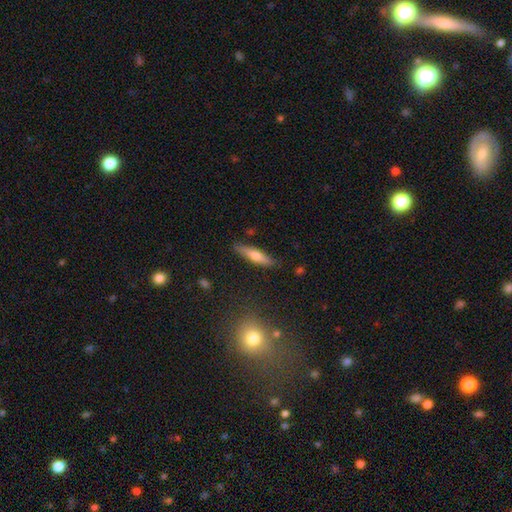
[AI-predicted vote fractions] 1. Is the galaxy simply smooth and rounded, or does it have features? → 60% smooth, 33% featured or disk, 7% star or artifact.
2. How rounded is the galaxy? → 78% cigar-shaped, 20% in between, 2% round.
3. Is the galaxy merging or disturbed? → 86% none, 11% minor disturbance, 2% major disturbance, 2% merger.